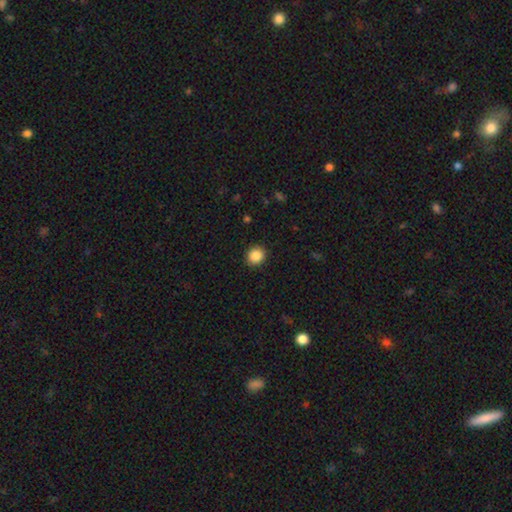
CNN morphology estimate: Smooth or featured?
  - smooth: 87% *
  - star or artifact: 9%
  - featured or disk: 3%
How rounded?
  - round: 84% *
  - in between: 16%
  - cigar-shaped: 1%
Merging?
  - none: 91% *
  - minor disturbance: 6%
  - major disturbance: 2%
  - merger: 1%